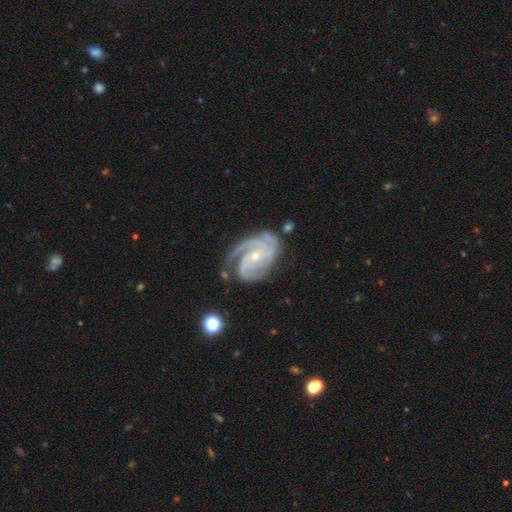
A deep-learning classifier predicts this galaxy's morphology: featured or disk 91%, star or artifact 5%, smooth 4%. Down the decision tree: edge-on disk — no (97%); bar — no (65%); spiral arms — yes (98%); spiral arm count — 3 (43%); spiral winding — tight (63%); bulge size — small (72%); merging — none (63%).